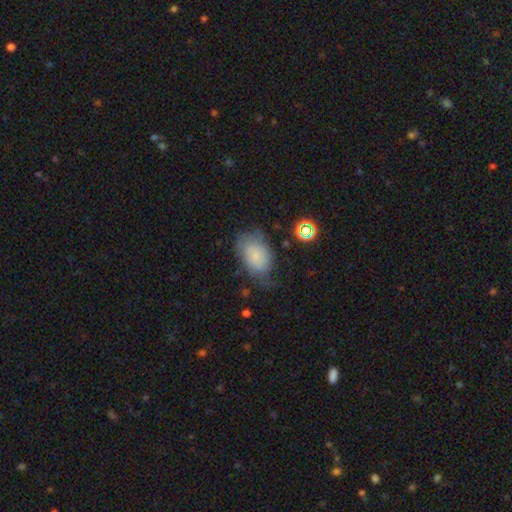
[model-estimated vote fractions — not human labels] Overall: smooth (68%). How rounded: in between (85%). Merging: none (49%; minor disturbance 32%).